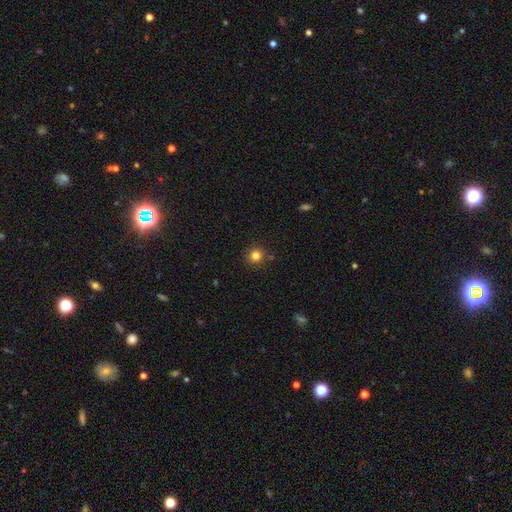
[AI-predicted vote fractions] This is clearly a smooth galaxy (82%). How rounded: clearly round (93%). Merging: clearly none (88%).